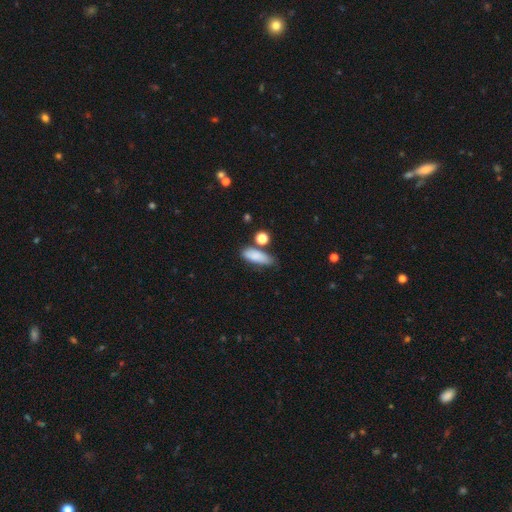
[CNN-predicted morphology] The model was most divided on "how rounded": in between: 66%, cigar-shaped: 29%, round: 5%. More confident: smooth or featured — smooth (83%); merging — none (61%).